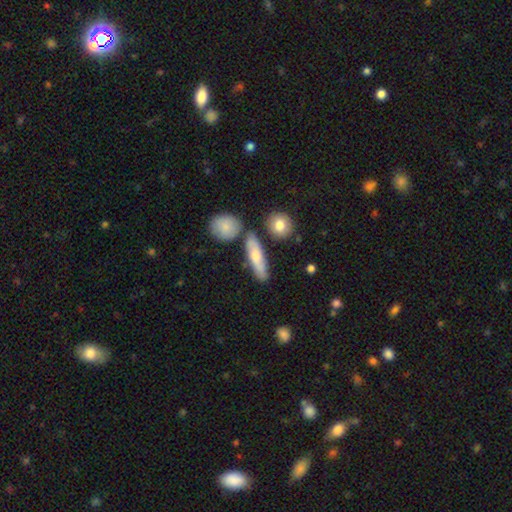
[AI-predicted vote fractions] Overall: smooth (63%; featured or disk 30%). How rounded: cigar-shaped (64%; in between 30%). Merging: none (74%).